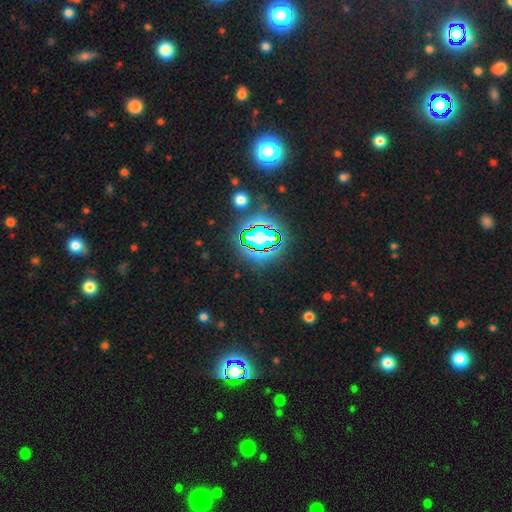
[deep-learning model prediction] Morphology: type=star or artifact (82%).